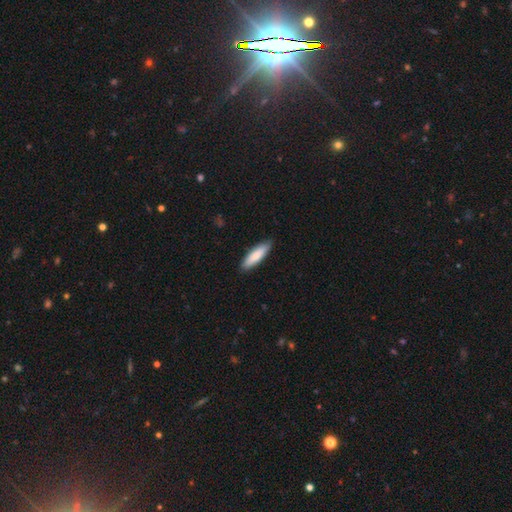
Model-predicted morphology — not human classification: smooth-or-featured: smooth: 83% | featured or disk: 12% | star or artifact: 5%
  how-rounded: cigar-shaped: 64% | in between: 35% | round: 1%
  merging: none: 88% | minor disturbance: 9% | major disturbance: 2% | merger: 1%